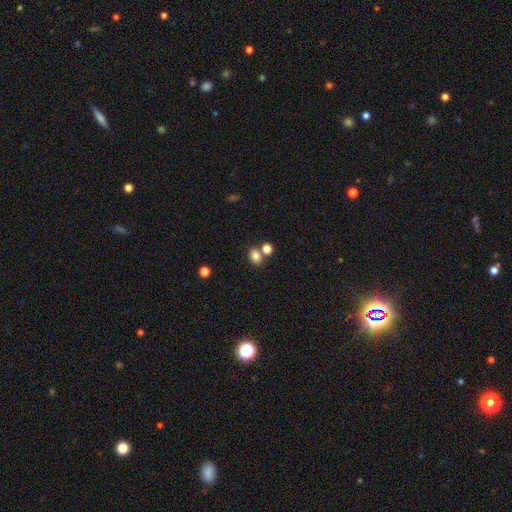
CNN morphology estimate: smooth 81%, star or artifact 12%, featured or disk 7%. Down the decision tree: how rounded — in between (54%); merging — none (58%).